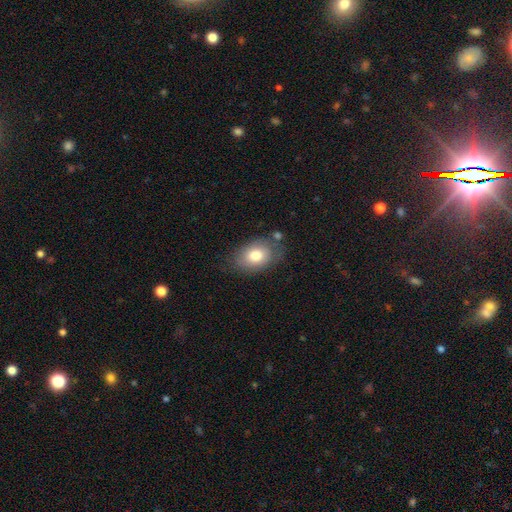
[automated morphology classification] smooth_or_featured: smooth (p=0.76) [alt: featured or disk p=0.16]
how_rounded: in between (p=0.80) [alt: round p=0.18]
merging: none (p=0.68) [alt: minor disturbance p=0.20]